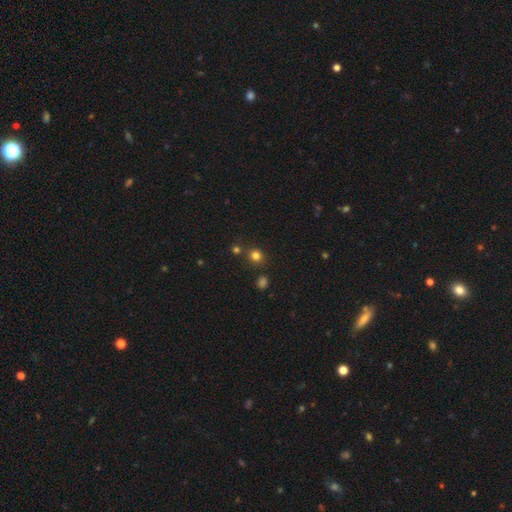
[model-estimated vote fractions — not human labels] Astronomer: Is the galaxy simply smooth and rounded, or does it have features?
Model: smooth — 77%.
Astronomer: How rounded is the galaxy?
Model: round — 80%.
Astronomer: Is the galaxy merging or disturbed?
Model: none — 79%.